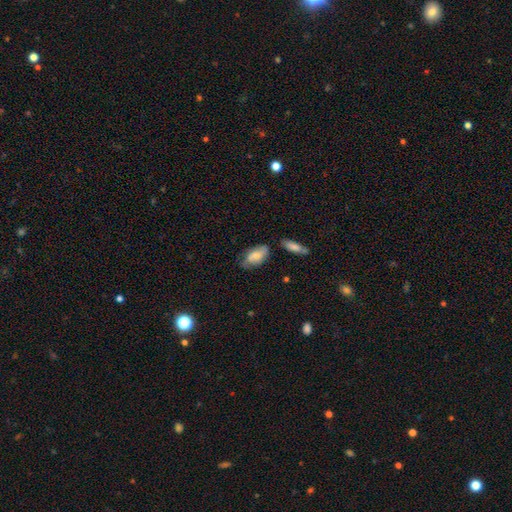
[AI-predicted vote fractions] Smooth or featured: smooth — 66% (featured or disk — 27%)
How rounded: in between — 91% (cigar-shaped — 5%)
Merging: none — 57% (minor disturbance — 29%)